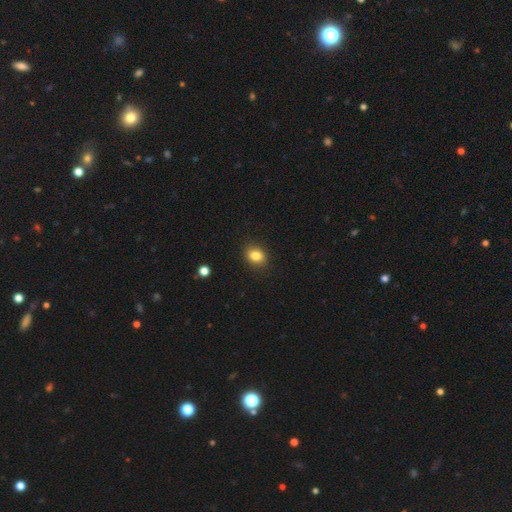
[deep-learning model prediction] Smooth or featured: smooth — 83% (star or artifact — 10%)
How rounded: in between — 56% (round — 43%)
Merging: none — 88% (minor disturbance — 9%)